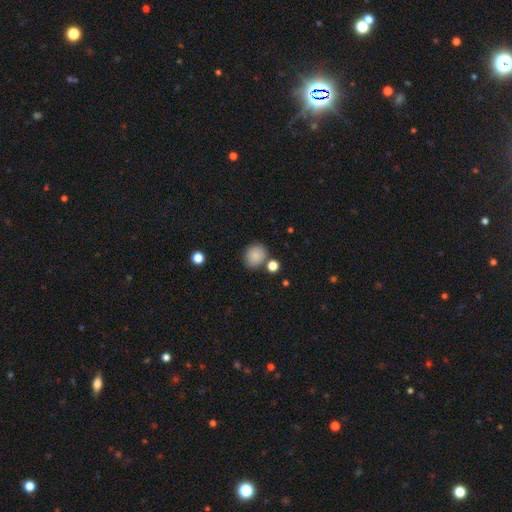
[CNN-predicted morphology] smooth-or-featured: smooth: 86% | star or artifact: 9% | featured or disk: 5%
  how-rounded: round: 69% | in between: 31% | cigar-shaped: 1%
  merging: none: 76% | minor disturbance: 11% | merger: 10% | major disturbance: 3%